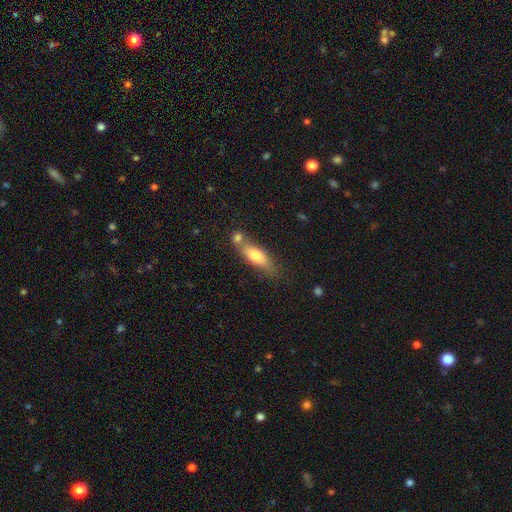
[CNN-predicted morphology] type=smooth (70%); roundness=in between (58%); merging=none (48%).